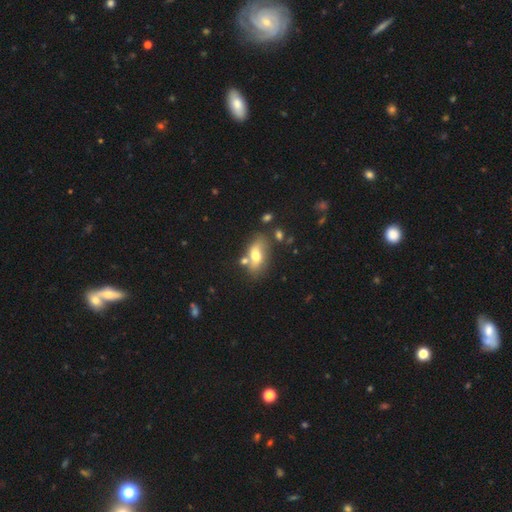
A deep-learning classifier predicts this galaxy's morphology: Smooth or featured? Predicted: smooth (p=0.60). How rounded? Predicted: in between (p=0.85). Merging? Predicted: none (p=0.61).